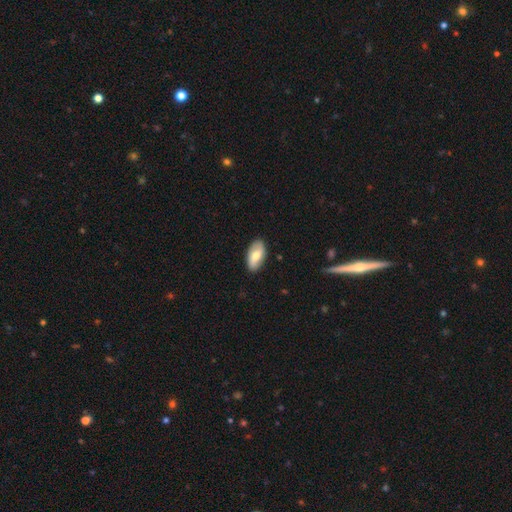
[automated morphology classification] type=smooth (64%); roundness=in between (93%); merging=none (86%).